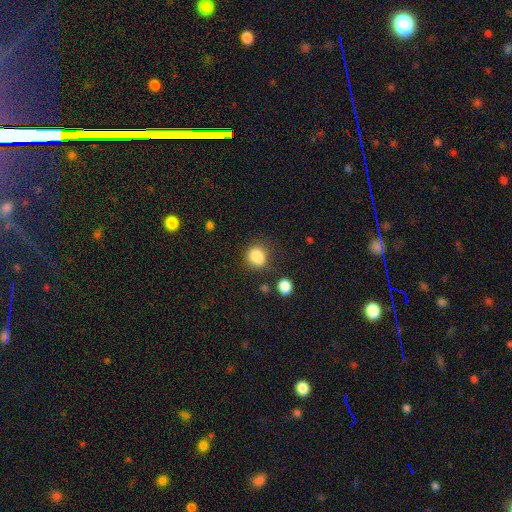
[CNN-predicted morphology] type=smooth (83%); roundness=round (55%); merging=none (61%).